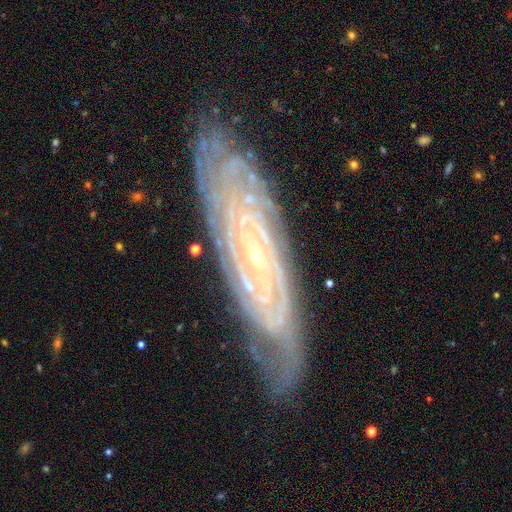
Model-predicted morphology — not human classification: This appears to be a featured or disk galaxy (88%) with no bar (59%), tight (82%) spiral arms (97%) and a small central bulge (85%). Merging: none (79%).